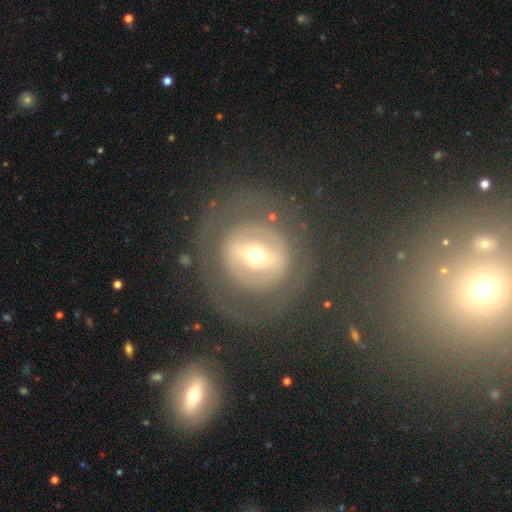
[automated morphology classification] type=featured or disk (63%); edge-on=no (94%); bar=strong (40%); spiral arms=no (70%); bulge=moderate (52%); merging=none (75%).